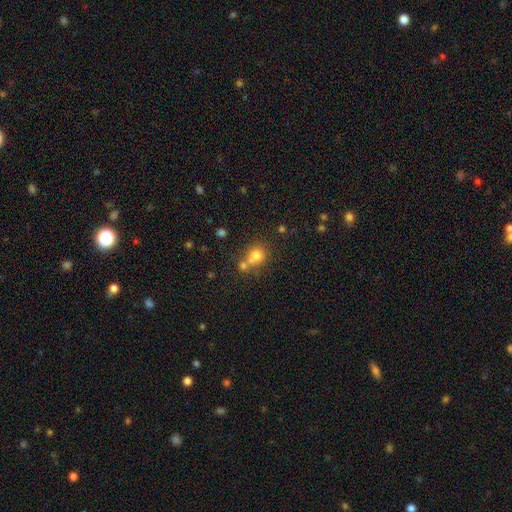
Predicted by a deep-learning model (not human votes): Smooth or featured: smooth — 74% (star or artifact — 14%)
How rounded: round — 77% (in between — 22%)
Merging: none — 44% (merger — 42%)